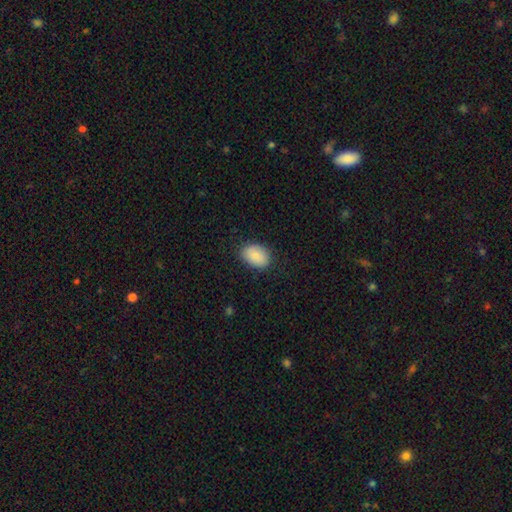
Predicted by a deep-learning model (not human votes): This is clearly a smooth galaxy (86%). How rounded: likely in between (79%). Merging: clearly none (84%).